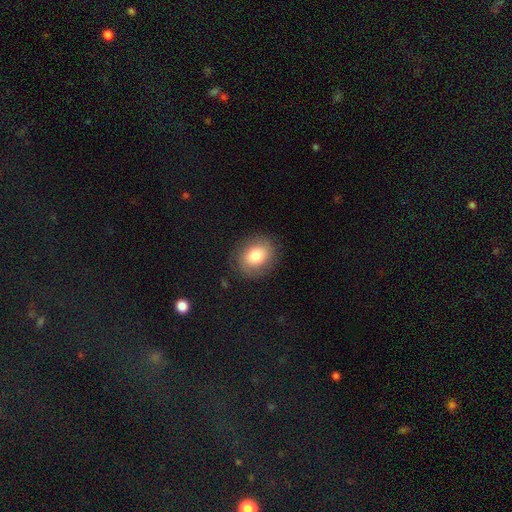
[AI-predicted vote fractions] Q: Smooth or featured?
A: smooth (77%); runner-up: featured or disk (14%)
Q: How rounded?
A: round (59%); runner-up: in between (41%)
Q: Merging?
A: none (85%); runner-up: minor disturbance (10%)